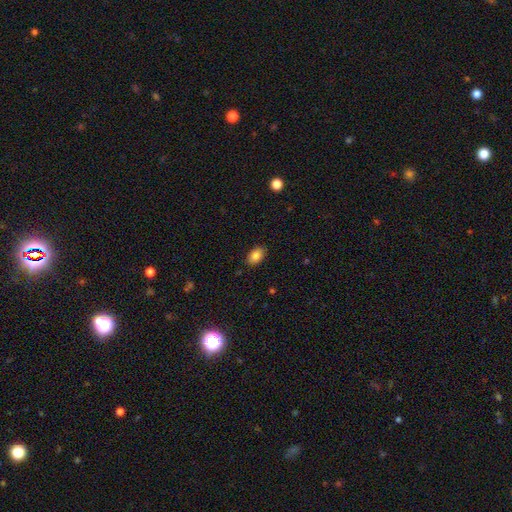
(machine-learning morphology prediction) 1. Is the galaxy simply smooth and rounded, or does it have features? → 84% smooth, 9% star or artifact, 7% featured or disk.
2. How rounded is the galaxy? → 88% in between, 11% round, 1% cigar-shaped.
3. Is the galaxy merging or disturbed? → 87% none, 10% minor disturbance, 2% major disturbance, 1% merger.